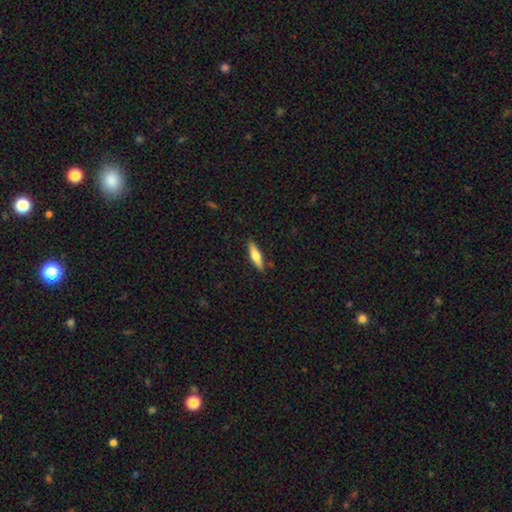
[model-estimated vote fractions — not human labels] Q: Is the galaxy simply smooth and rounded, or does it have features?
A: smooth — 58%.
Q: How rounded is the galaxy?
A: cigar-shaped — 68%.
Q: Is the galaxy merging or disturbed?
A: none — 88%.